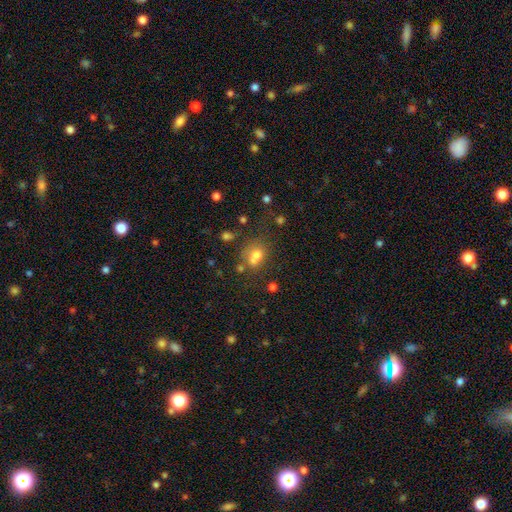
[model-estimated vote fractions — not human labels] Smooth or featured?
  - smooth: 69% *
  - star or artifact: 16%
  - featured or disk: 15%
How rounded?
  - round: 57% *
  - in between: 42%
  - cigar-shaped: 1%
Merging?
  - none: 39% * (tied)
  - merger: 39% * (tied)
  - minor disturbance: 14%
  - major disturbance: 8%